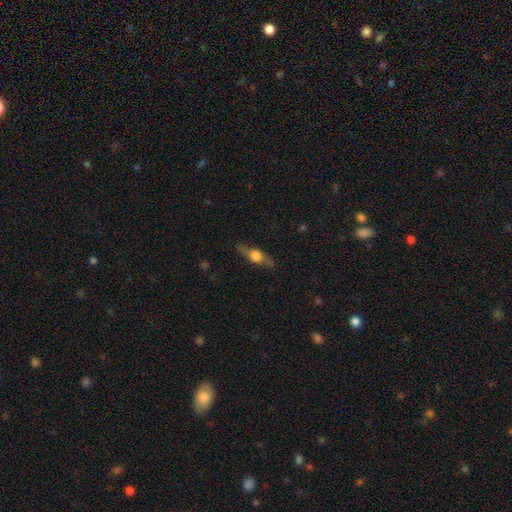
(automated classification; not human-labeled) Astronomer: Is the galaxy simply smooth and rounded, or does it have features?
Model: featured or disk — 61%.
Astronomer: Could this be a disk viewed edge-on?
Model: yes — 92%.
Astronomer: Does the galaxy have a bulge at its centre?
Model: rounded — 91%.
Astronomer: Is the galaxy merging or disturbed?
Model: none — 84%.